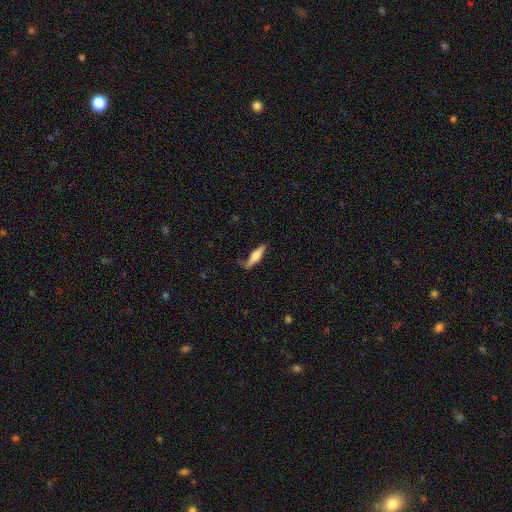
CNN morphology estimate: A smooth galaxy with no disk features (53%) that is cigar-shaped (73%). Merging: none (65%).